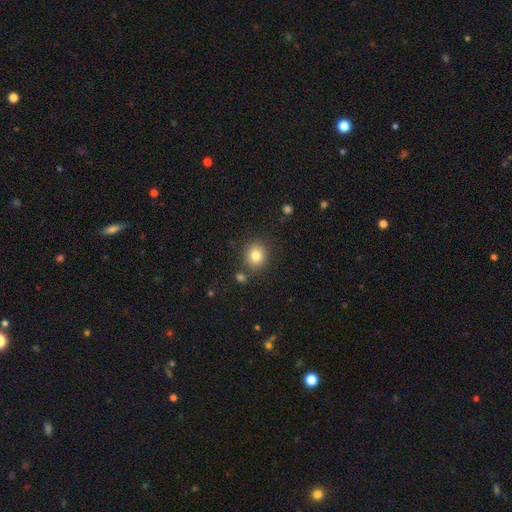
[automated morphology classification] smooth_or_featured: smooth (p=0.81) [alt: star or artifact p=0.11]
how_rounded: round (p=0.85) [alt: in between p=0.14]
merging: none (p=0.83) [alt: minor disturbance p=0.08]